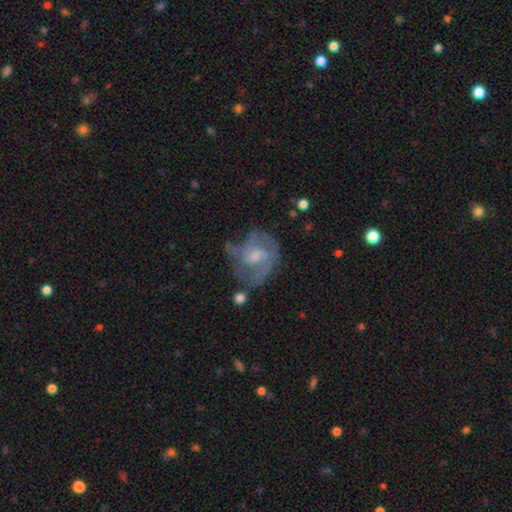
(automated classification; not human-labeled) Morphology: type=featured or disk (66%); edge-on=no (97%); bar=no (50%); spiral arms=yes (71%); bulge=small (48%); merging=none (45%).